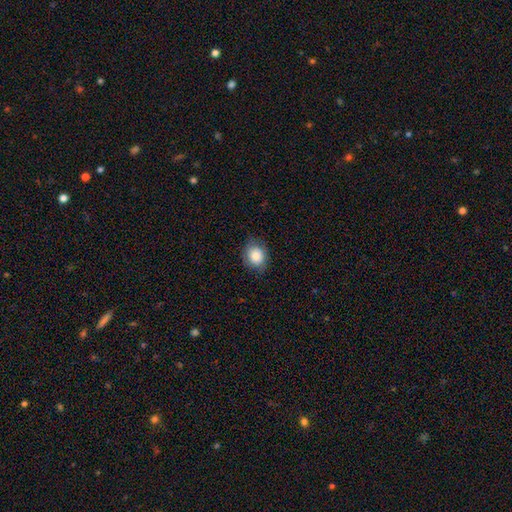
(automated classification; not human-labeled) smooth 82%, featured or disk 10%, star or artifact 8%. Down the decision tree: how rounded — round (65%); merging — none (79%).